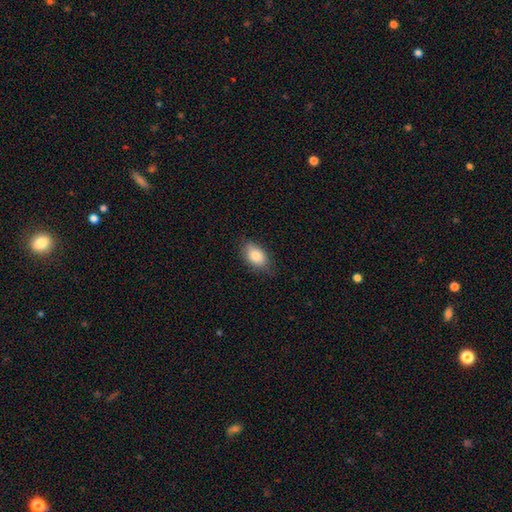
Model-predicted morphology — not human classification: This appears to be a smooth galaxy with no disk features (82%) that is in between round and cigar-shaped (89%). Merging: none (77%).